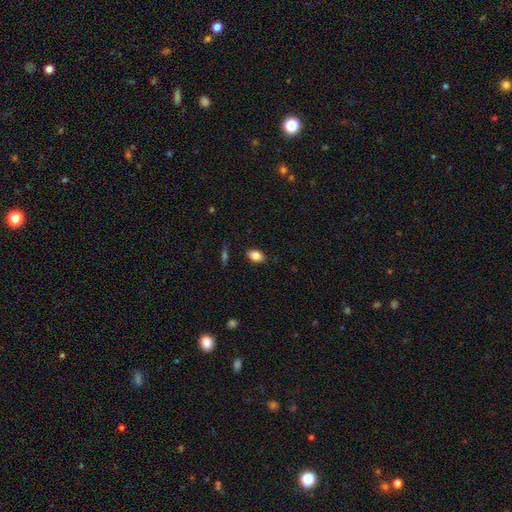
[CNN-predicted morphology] smooth_or_featured: smooth (p=0.84) [alt: star or artifact p=0.09]
how_rounded: in between (p=0.84) [alt: round p=0.14]
merging: none (p=0.87) [alt: minor disturbance p=0.10]